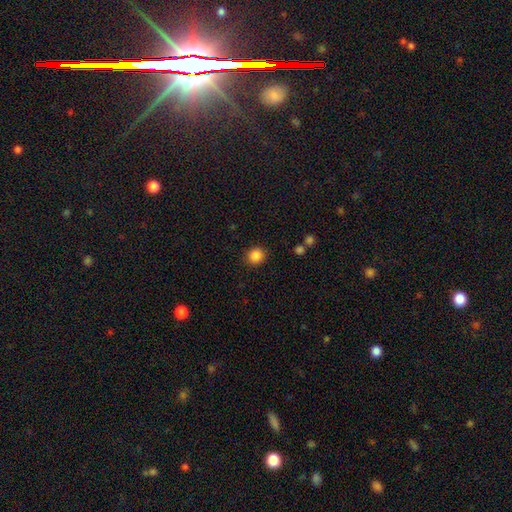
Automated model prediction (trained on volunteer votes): The model was most divided on "how rounded": round: 85%, in between: 14%, cigar-shaped: 1%. More confident: merging — none (89%); smooth or featured — smooth (87%).